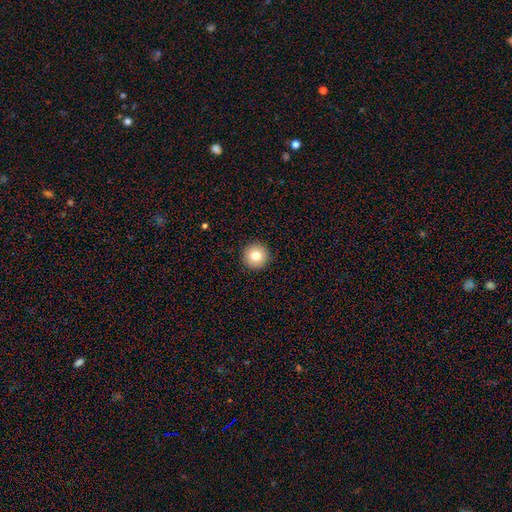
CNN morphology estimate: A smooth galaxy with no disk features (80%) that is round (97%).

Vote fractions:
- Smooth or featured? smooth: 80% / star or artifact: 10% / featured or disk: 10%
- How rounded? round: 97% / in between: 2% / cigar-shaped: 1%
- Merging? none: 93% / minor disturbance: 4% / major disturbance: 1% / merger: 1%